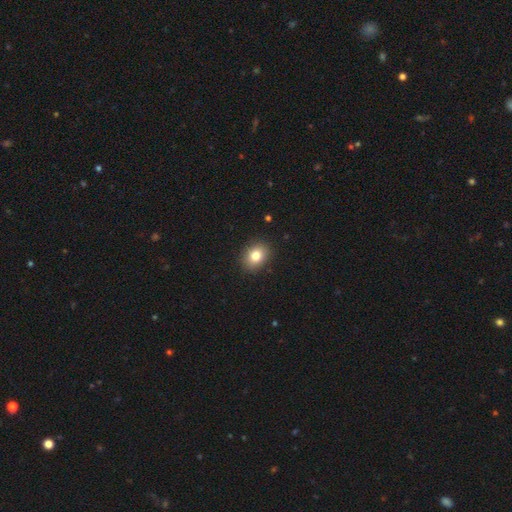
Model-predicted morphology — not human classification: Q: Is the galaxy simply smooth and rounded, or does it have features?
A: smooth — 81%.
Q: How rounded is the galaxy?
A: in between — 56%.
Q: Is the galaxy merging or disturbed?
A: none — 89%.